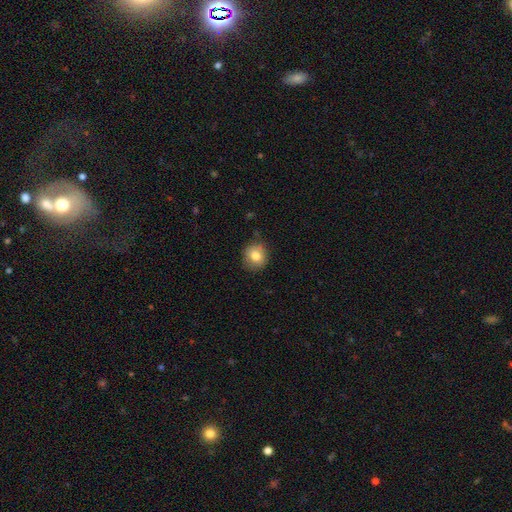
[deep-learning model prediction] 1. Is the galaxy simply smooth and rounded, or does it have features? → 80% smooth, 11% featured or disk, 9% star or artifact.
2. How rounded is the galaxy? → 84% round, 15% in between, 1% cigar-shaped.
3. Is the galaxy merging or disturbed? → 84% none, 13% minor disturbance, 3% major disturbance, 1% merger.